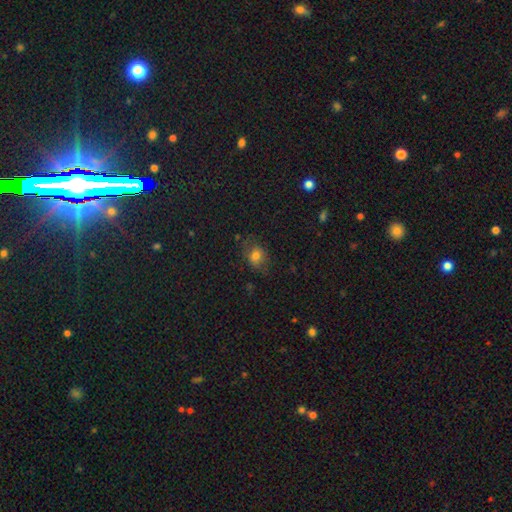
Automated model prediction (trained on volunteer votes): smooth 72%, star or artifact 15%, featured or disk 13%. Down the decision tree: how rounded — in between (53%); merging — none (67%).